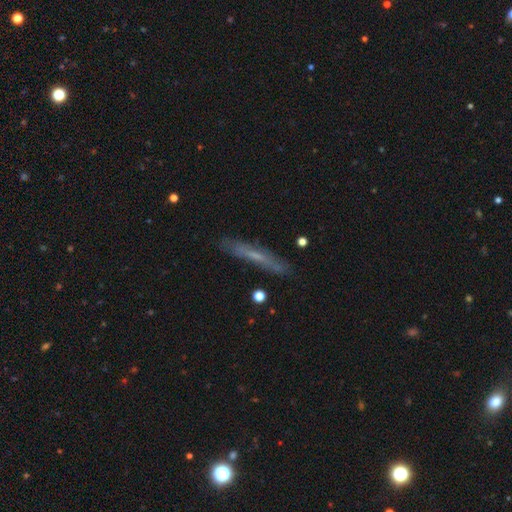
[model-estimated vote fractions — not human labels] Smooth or featured? Predicted: featured or disk (p=0.50). Edge-on disk? Predicted: yes (p=0.81). Merging? Predicted: none (p=0.81).